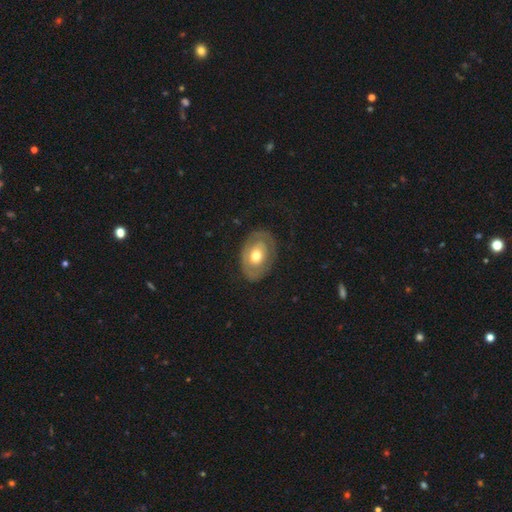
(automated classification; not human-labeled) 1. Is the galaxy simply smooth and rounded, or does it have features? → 53% featured or disk, 41% smooth, 5% star or artifact.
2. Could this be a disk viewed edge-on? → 92% no, 8% yes.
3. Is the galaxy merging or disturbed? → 76% none, 16% minor disturbance, 7% major disturbance, 1% merger.